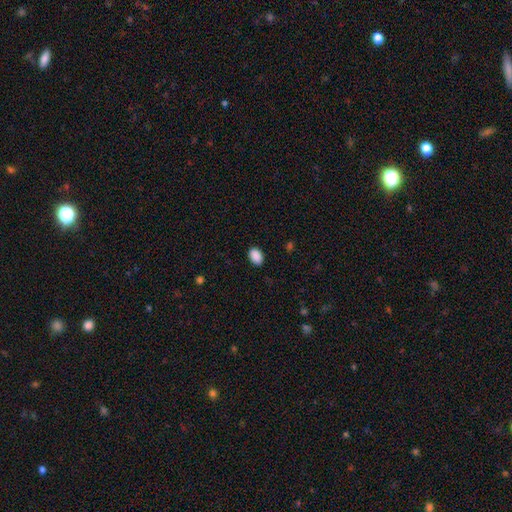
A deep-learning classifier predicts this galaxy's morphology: This is clearly a smooth galaxy (90%). How rounded: clearly in between (84%). Merging: clearly none (88%).